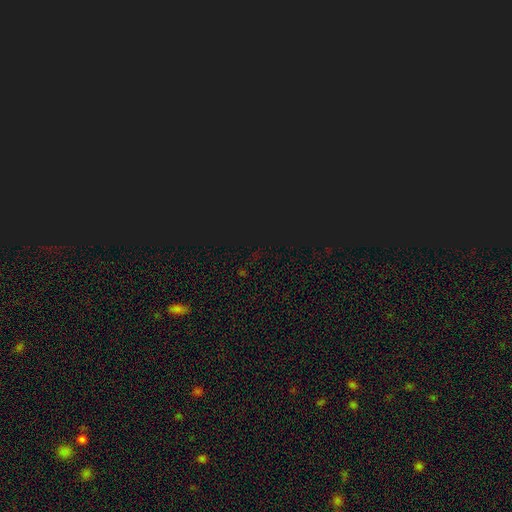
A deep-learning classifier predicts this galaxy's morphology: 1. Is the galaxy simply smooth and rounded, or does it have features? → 78% star or artifact, 16% smooth, 6% featured or disk.